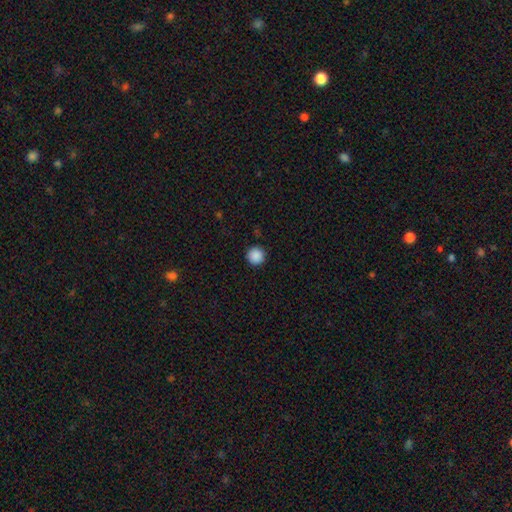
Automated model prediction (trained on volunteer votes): Smooth or featured: smooth — 89% (star or artifact — 9%)
How rounded: round — 96% (in between — 3%)
Merging: none — 92% (minor disturbance — 5%)